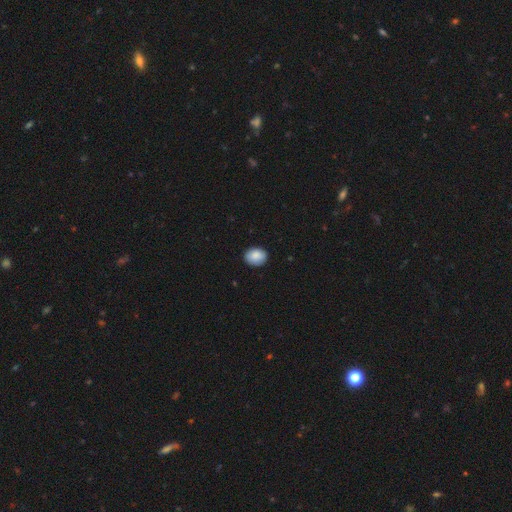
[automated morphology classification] smooth-or-featured: smooth: 88% | star or artifact: 7% | featured or disk: 5%
  how-rounded: in between: 58% | round: 41% | cigar-shaped: 1%
  merging: none: 87% | minor disturbance: 10% | major disturbance: 2% | merger: 1%